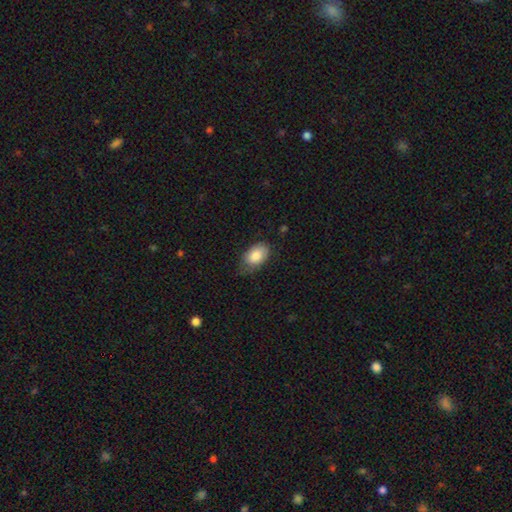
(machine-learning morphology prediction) type=smooth (83%); roundness=in between (90%); merging=none (56%).